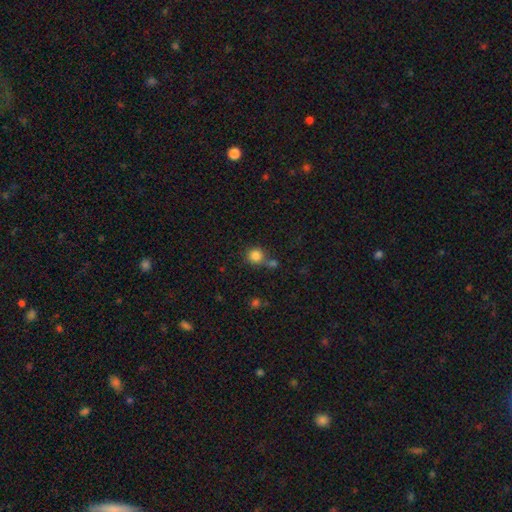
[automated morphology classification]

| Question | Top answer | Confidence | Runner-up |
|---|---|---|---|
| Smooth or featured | smooth | 83% | star or artifact (11%) |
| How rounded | round | 92% | in between (7%) |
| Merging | none | 63% | merger (22%) |